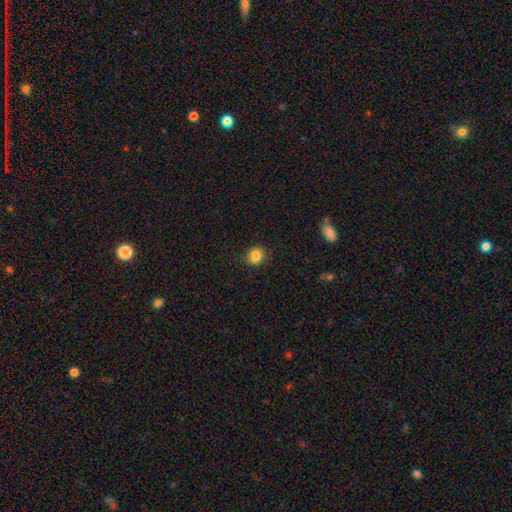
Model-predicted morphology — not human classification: Smooth or featured? Predicted: smooth (p=0.85). How rounded? Predicted: round (p=0.82). Merging? Predicted: none (p=0.87).